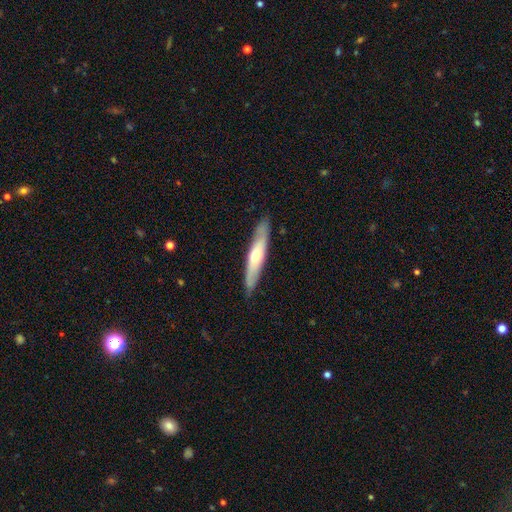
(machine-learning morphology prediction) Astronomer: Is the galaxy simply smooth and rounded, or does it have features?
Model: featured or disk — 49% (runner-up: smooth, 46%).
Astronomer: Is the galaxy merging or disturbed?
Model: none — 86%.